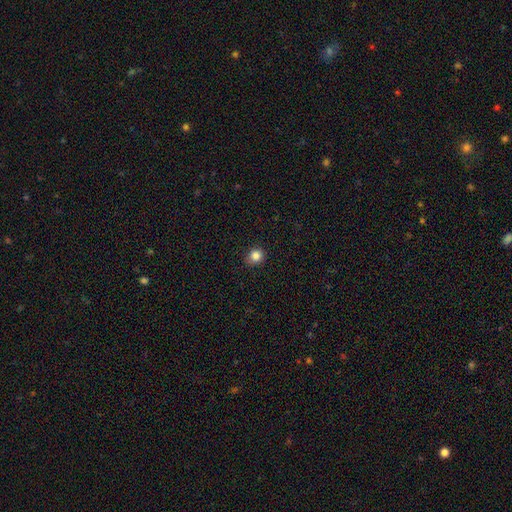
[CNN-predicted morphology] smooth_or_featured: smooth (p=0.85) [alt: star or artifact p=0.11]
how_rounded: round (p=0.79) [alt: in between p=0.20]
merging: none (p=0.84) [alt: minor disturbance p=0.13]